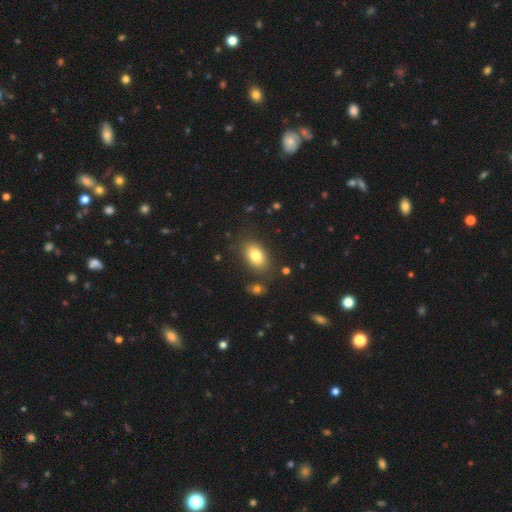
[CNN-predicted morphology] smooth 81%, featured or disk 11%, star or artifact 8%. Down the decision tree: how rounded — in between (89%); merging — none (82%).